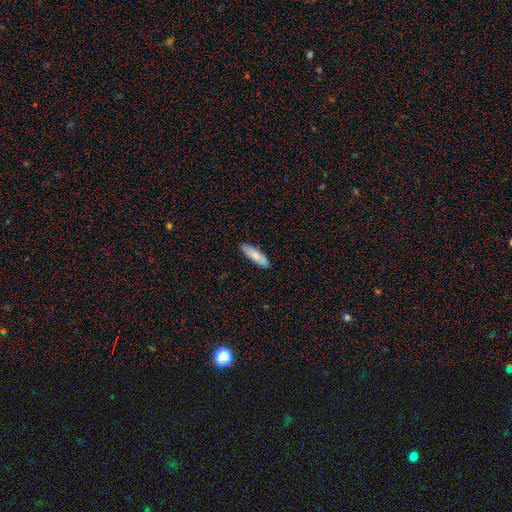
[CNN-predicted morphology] Q: Smooth or featured?
A: smooth (80%); runner-up: featured or disk (14%)
Q: How rounded?
A: cigar-shaped (55%); runner-up: in between (43%)
Q: Merging?
A: none (89%); runner-up: minor disturbance (8%)